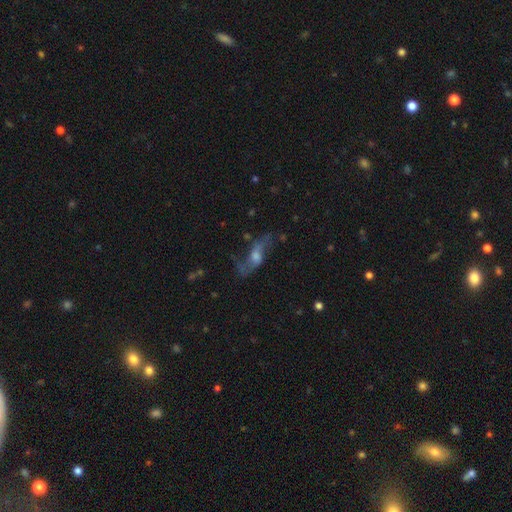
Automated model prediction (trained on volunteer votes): Smooth or featured? Predicted: featured or disk (p=0.69). Edge-on disk? Predicted: no (p=0.77). Bar? Predicted: no (p=0.55). Spiral arms? Predicted: yes (p=0.84). Bulge size? Predicted: moderate (p=0.51). Merging? Predicted: none (p=0.60).